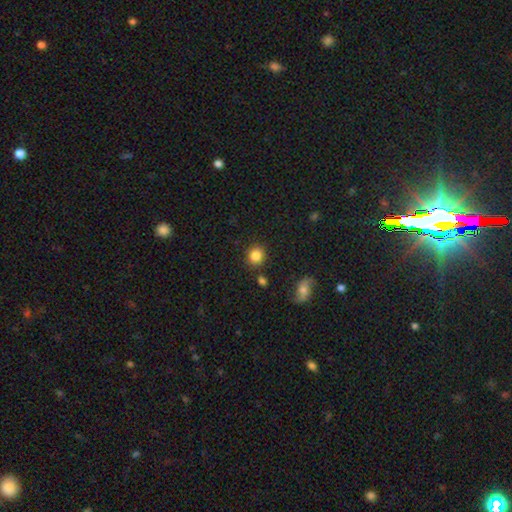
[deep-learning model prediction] Q: Smooth or featured?
A: smooth (85%); runner-up: star or artifact (9%)
Q: How rounded?
A: round (82%); runner-up: in between (17%)
Q: Merging?
A: none (85%); runner-up: minor disturbance (9%)